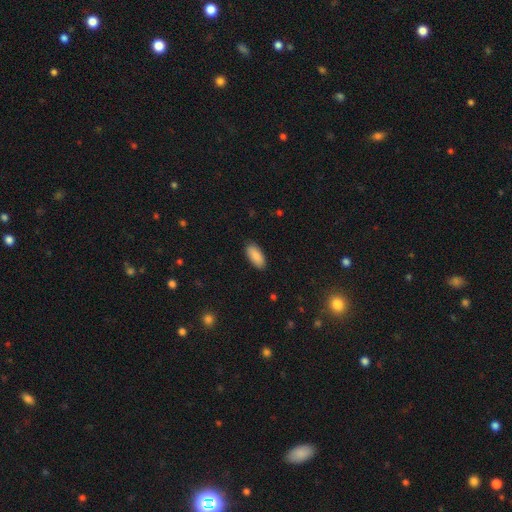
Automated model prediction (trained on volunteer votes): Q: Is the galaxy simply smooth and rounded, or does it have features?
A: smooth — 89%.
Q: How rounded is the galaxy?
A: in between — 88%.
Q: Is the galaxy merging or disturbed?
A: none — 89%.